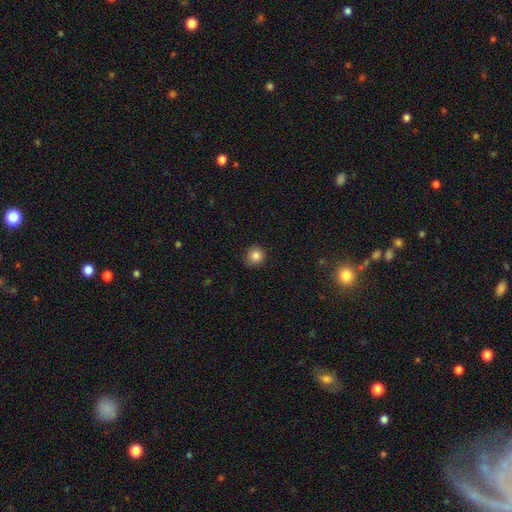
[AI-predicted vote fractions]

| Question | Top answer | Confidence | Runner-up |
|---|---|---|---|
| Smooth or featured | smooth | 85% | star or artifact (11%) |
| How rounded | round | 93% | in between (6%) |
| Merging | none | 86% | minor disturbance (11%) |